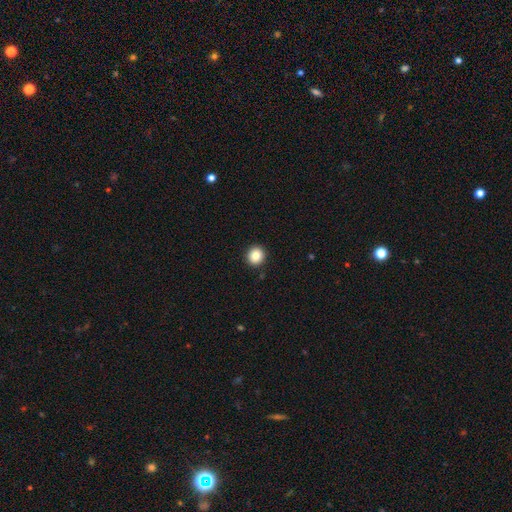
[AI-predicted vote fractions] Smooth or featured?
  - smooth: 85% *
  - star or artifact: 9%
  - featured or disk: 5%
How rounded?
  - round: 91% *
  - in between: 8%
  - cigar-shaped: 1%
Merging?
  - none: 93% *
  - minor disturbance: 5%
  - major disturbance: 2%
  - merger: 1%